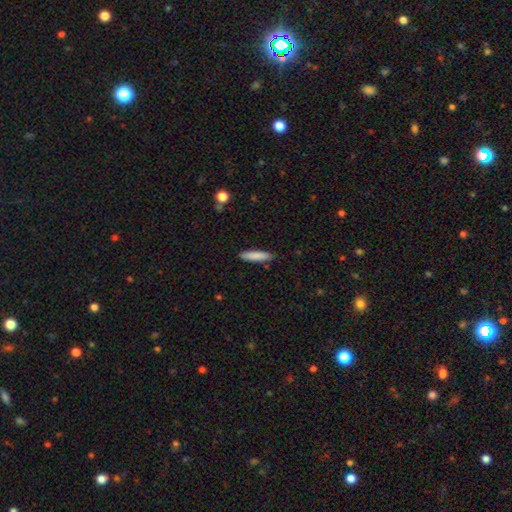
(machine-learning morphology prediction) Smooth or featured? Predicted: smooth (p=0.84). How rounded? Predicted: cigar-shaped (p=0.80). Merging? Predicted: none (p=0.87).